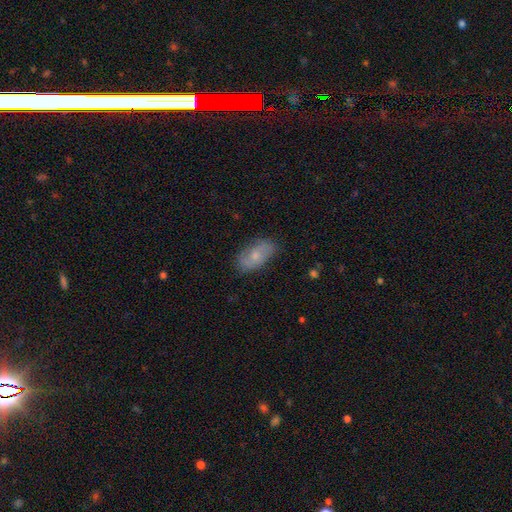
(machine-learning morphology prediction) A smooth galaxy with no disk features (56%) that is in between round and cigar-shaped (91%). Merging: none (76%).